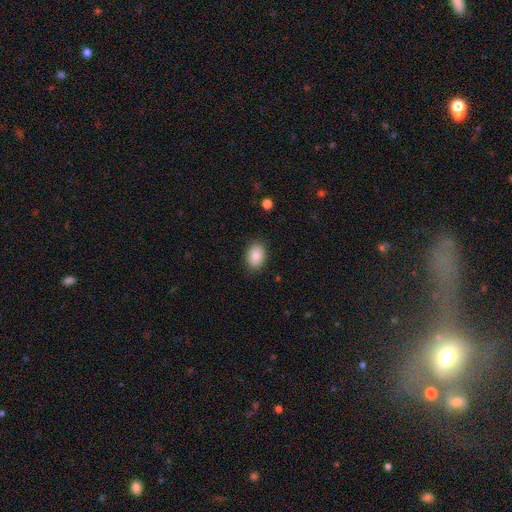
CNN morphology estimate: This is clearly a smooth galaxy (85%). How rounded: likely in between (79%). Merging: clearly none (86%).